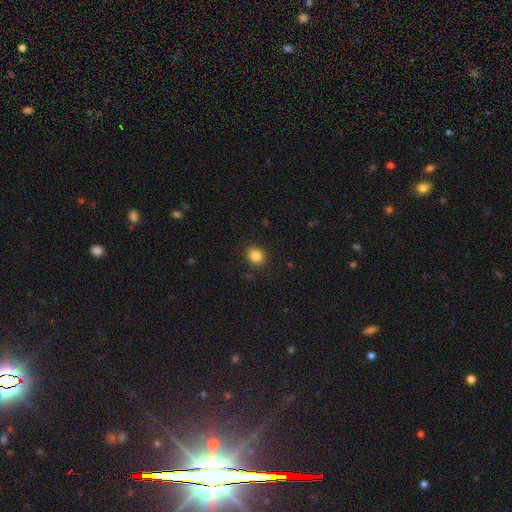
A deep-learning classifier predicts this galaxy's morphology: Smooth or featured?
  - smooth: 84% *
  - star or artifact: 11%
  - featured or disk: 5%
How rounded?
  - round: 68% *
  - in between: 31%
  - cigar-shaped: 1%
Merging?
  - none: 89% *
  - minor disturbance: 8%
  - major disturbance: 2%
  - merger: 1%